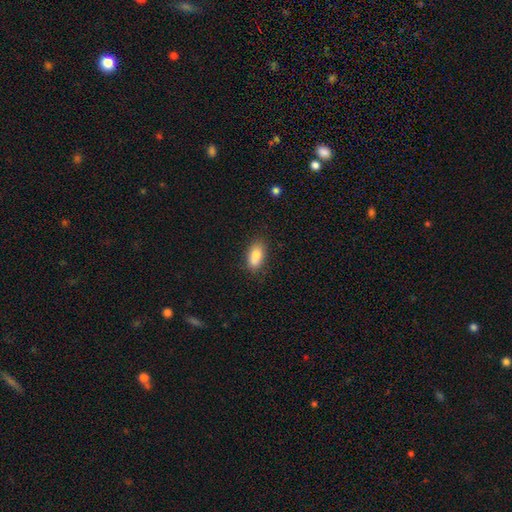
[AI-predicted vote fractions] A smooth galaxy with no disk features (84%) that is in between round and cigar-shaped (88%).

Vote fractions:
- Smooth or featured? smooth: 84% / featured or disk: 9% / star or artifact: 7%
- How rounded? in between: 88% / cigar-shaped: 8% / round: 4%
- Merging? none: 78% / minor disturbance: 16% / major disturbance: 3% / merger: 2%